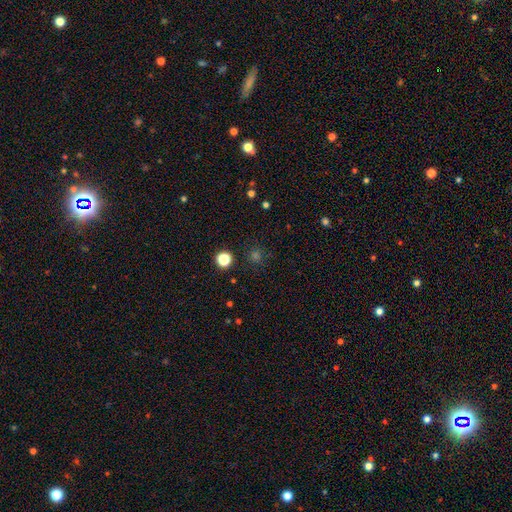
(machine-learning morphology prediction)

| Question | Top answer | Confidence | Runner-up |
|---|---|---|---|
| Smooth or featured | smooth | 61% | star or artifact (33%) |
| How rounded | round | 93% | in between (6%) |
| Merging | none | 88% | minor disturbance (7%) |